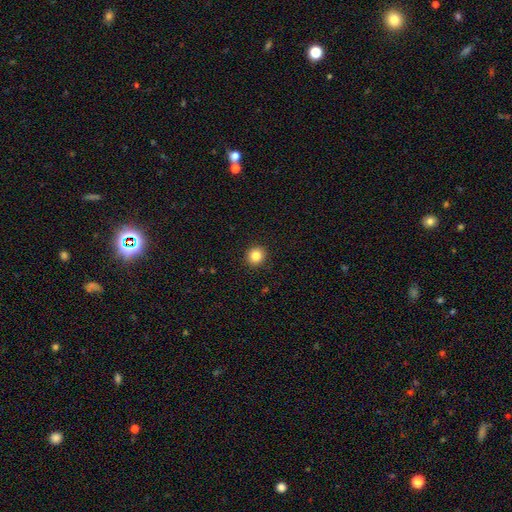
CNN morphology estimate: Smooth or featured?
  - smooth: 84% *
  - star or artifact: 10%
  - featured or disk: 6%
How rounded?
  - round: 91% *
  - in between: 8%
  - cigar-shaped: 1%
Merging?
  - none: 92% *
  - minor disturbance: 5%
  - major disturbance: 2%
  - merger: 1%